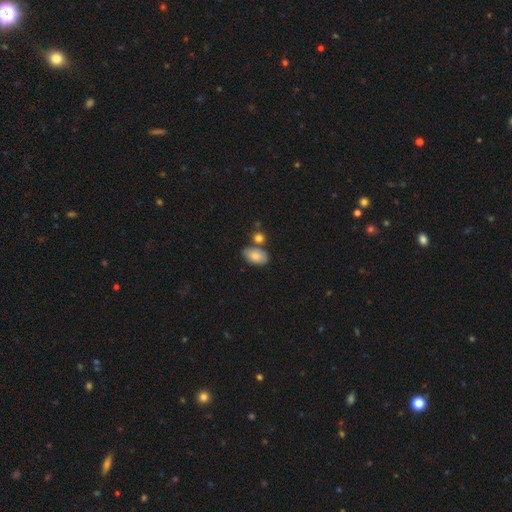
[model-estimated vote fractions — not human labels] smooth_or_featured: smooth (p=0.83) [alt: featured or disk p=0.09]
how_rounded: in between (p=0.91) [alt: round p=0.07]
merging: none (p=0.63) [alt: merger p=0.19]